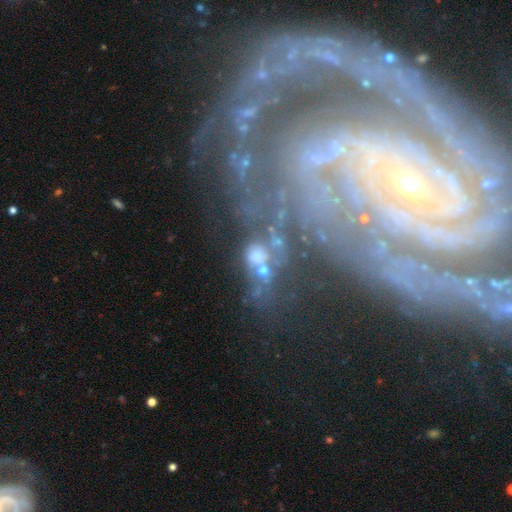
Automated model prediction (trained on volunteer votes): Smooth or featured? featured or disk (38%)
Merging? merger (34%)